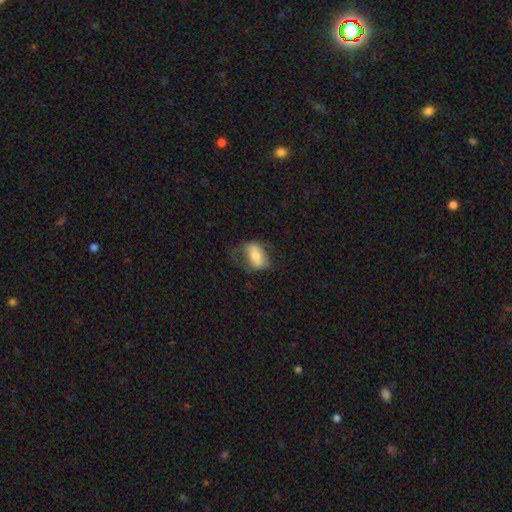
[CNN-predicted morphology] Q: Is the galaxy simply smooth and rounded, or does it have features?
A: smooth — 61%.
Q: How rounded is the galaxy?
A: in between — 88%.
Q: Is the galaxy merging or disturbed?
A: none — 39%.